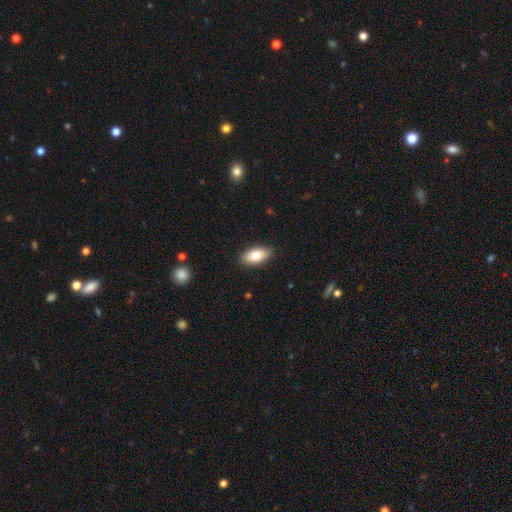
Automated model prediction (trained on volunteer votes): Morphology: type=smooth (76%); roundness=in between (90%); merging=none (88%).